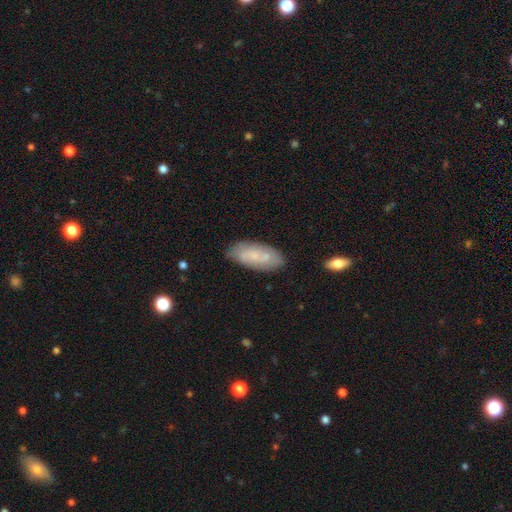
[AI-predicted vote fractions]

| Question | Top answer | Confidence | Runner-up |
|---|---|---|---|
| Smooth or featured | smooth | 51% | featured or disk (41%) |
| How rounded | in between | 84% | cigar-shaped (13%) |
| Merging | none | 75% | minor disturbance (18%) |